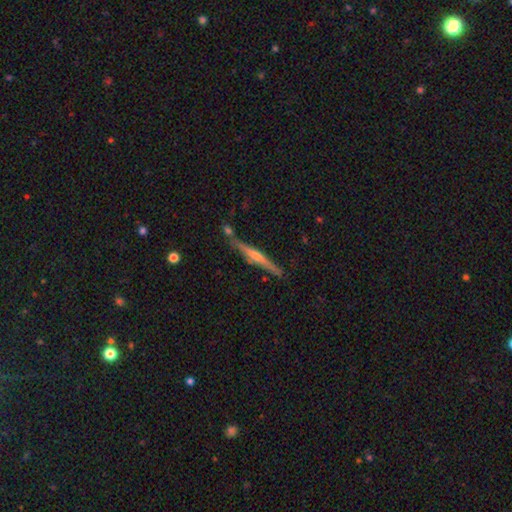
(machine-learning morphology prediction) This appears to be a featured or disk galaxy (69%) viewed edge-on (97%) with a rounded central bulge (63%). Merging: none (79%).